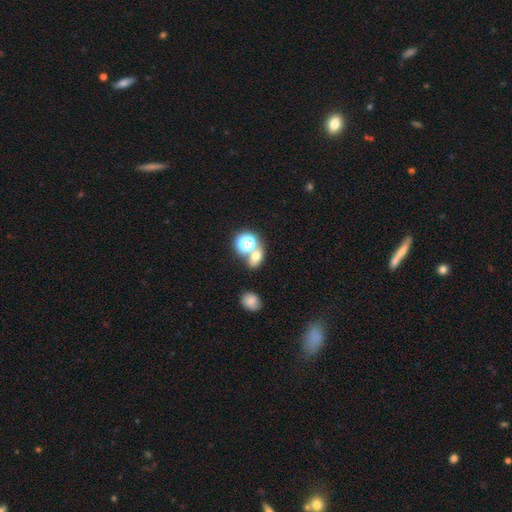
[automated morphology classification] This is likely a smooth galaxy (63%). How rounded: possibly in between (55%). Merging: possibly none (57%).